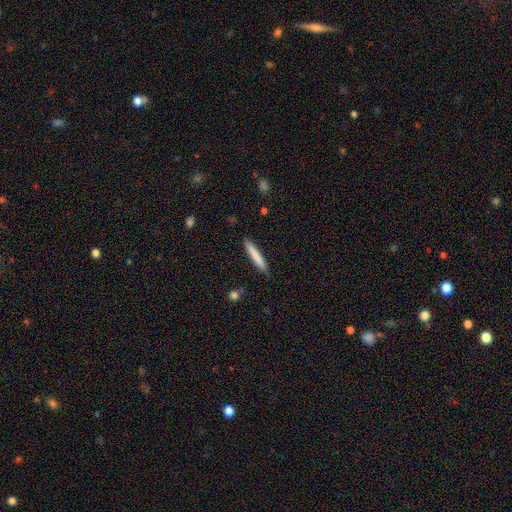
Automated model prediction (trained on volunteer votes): smooth_or_featured: smooth (p=0.78) [alt: featured or disk p=0.16]
how_rounded: cigar-shaped (p=0.94) [alt: in between p=0.05]
merging: none (p=0.89) [alt: minor disturbance p=0.08]